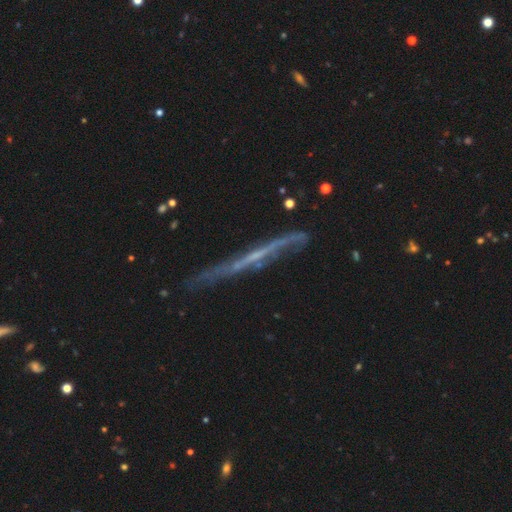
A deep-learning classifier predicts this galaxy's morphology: smooth-or-featured: featured or disk: 73% | smooth: 17% | star or artifact: 10%
  disk-edge-on: yes: 86% | no: 14%
    edge-on-bulge: none: 69% | rounded: 25% | boxy: 6%
  merging: none: 68% | minor disturbance: 21% | major disturbance: 8% | merger: 4%